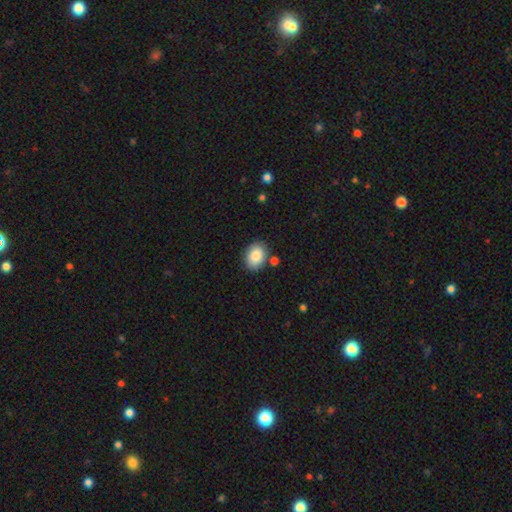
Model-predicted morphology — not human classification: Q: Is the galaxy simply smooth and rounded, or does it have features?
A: smooth — 86%.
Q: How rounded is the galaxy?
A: in between — 69%.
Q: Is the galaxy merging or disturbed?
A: none — 80%.